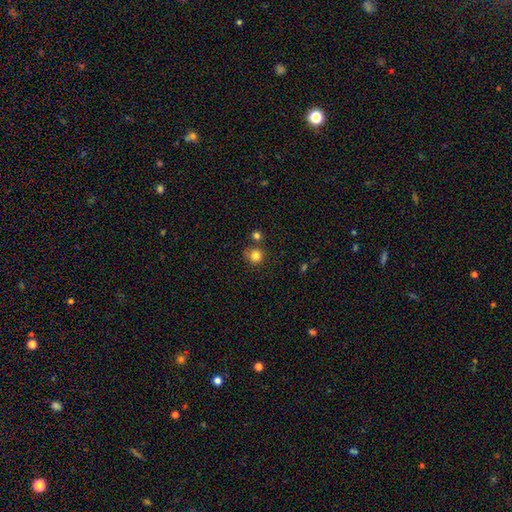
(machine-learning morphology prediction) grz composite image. It shows a smooth galaxy with no disk features (83%) that is round (93%). Merging: none (76%).